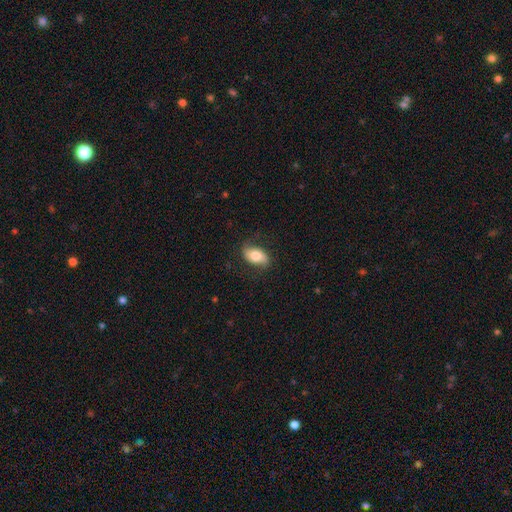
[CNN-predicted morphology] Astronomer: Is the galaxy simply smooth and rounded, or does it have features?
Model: smooth — 66%.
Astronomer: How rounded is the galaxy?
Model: in between — 90%.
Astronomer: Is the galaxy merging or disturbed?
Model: none — 75%.